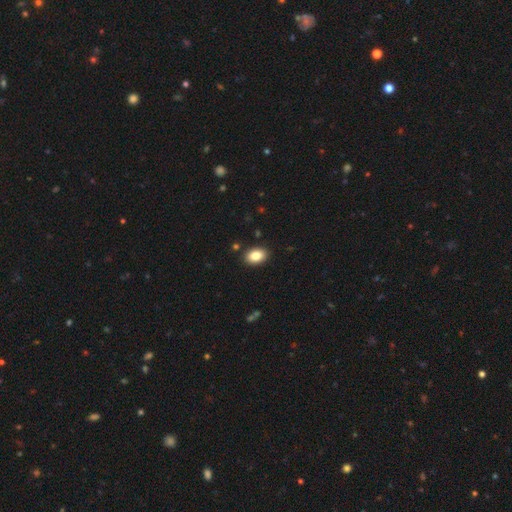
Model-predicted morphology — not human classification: type=smooth (86%); roundness=in between (84%); merging=none (89%).